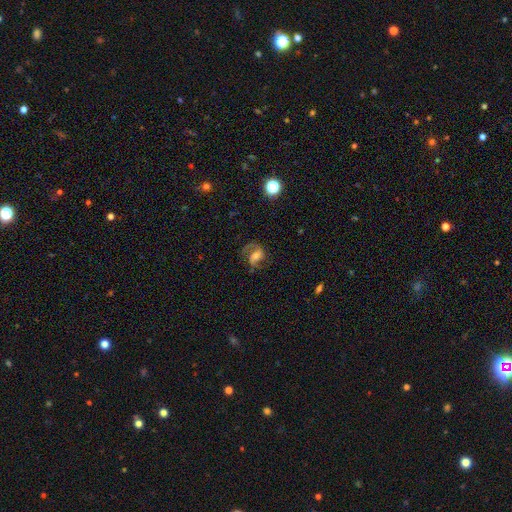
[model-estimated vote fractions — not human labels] A featured or disk galaxy (68%) with no bar (43%), 2 (68%) medium (48%) spiral arms (90%) and a moderate central bulge (55%). Merging: none (56%).